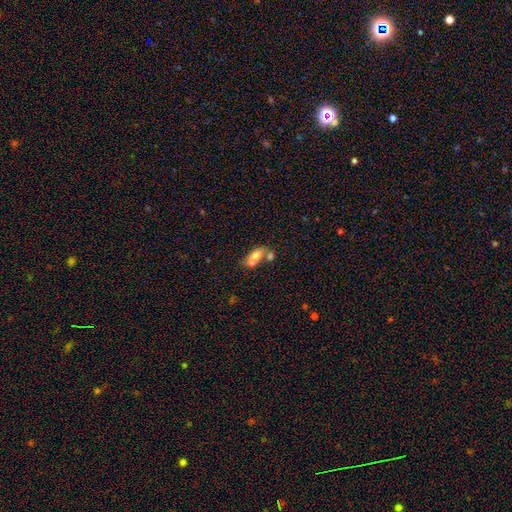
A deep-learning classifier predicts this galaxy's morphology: Q: Smooth or featured?
A: smooth (62%); runner-up: featured or disk (27%)
Q: How rounded?
A: in between (71%); runner-up: round (19%)
Q: Merging?
A: merger (55%); runner-up: none (29%)